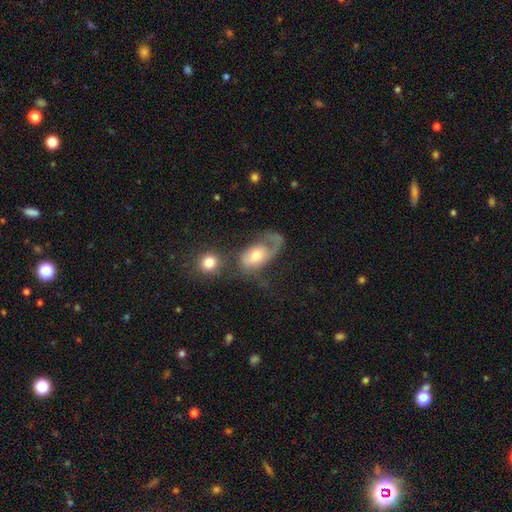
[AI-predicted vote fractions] Q: Smooth or featured?
A: featured or disk (55%); runner-up: smooth (37%)
Q: Edge-on disk?
A: no (95%); runner-up: yes (5%)
Q: Bar?
A: no (76%); runner-up: weak (20%)
Q: Spiral arms?
A: yes (73%); runner-up: no (27%)
Q: Bulge size?
A: moderate (64%); runner-up: small (20%)
Q: Merging?
A: major disturbance (41%); runner-up: none (27%)